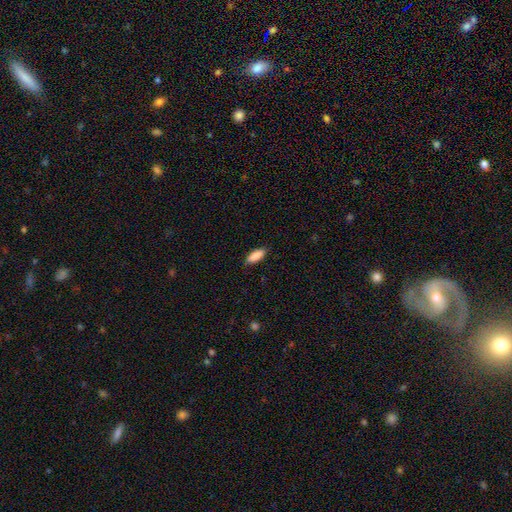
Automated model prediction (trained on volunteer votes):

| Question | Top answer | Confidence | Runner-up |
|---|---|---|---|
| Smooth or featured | smooth | 88% | star or artifact (6%) |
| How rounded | in between | 69% | cigar-shaped (29%) |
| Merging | none | 87% | minor disturbance (10%) |